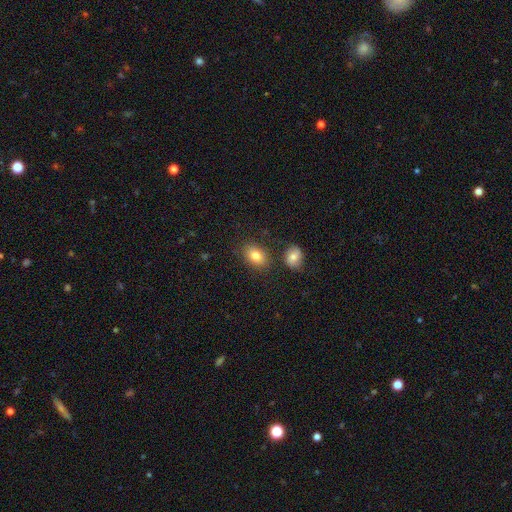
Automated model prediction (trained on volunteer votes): Q: Smooth or featured?
A: smooth (81%); runner-up: featured or disk (10%)
Q: How rounded?
A: in between (80%); runner-up: round (19%)
Q: Merging?
A: none (79%); runner-up: minor disturbance (11%)